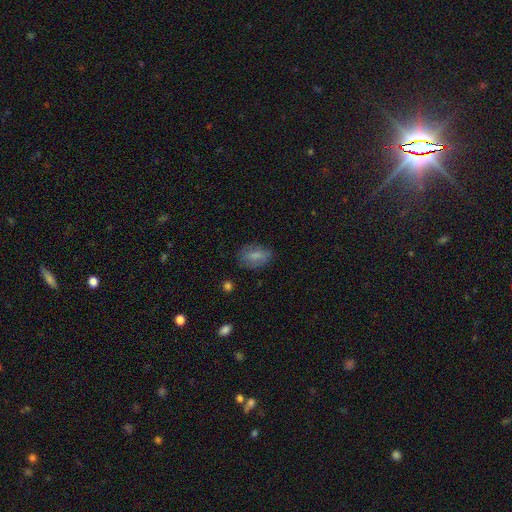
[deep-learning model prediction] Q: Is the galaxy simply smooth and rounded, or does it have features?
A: smooth — 73%.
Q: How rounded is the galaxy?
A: in between — 83%.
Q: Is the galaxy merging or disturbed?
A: none — 71%.